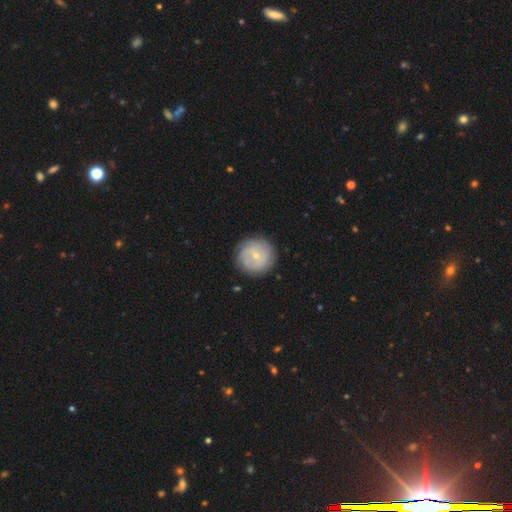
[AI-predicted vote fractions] This appears to be a featured or disk galaxy (51%). Merging: none (85%).